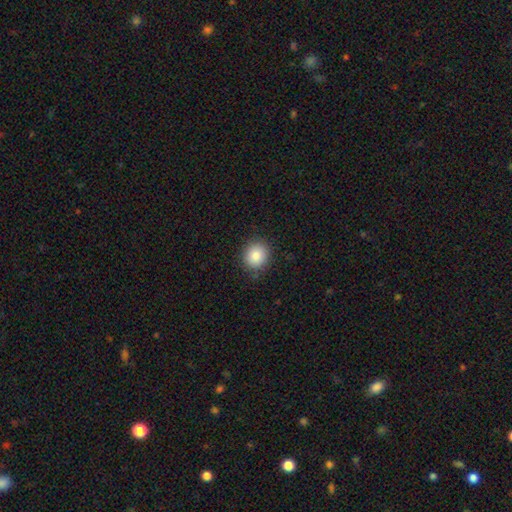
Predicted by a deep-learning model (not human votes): Smooth or featured? smooth (86%)
How rounded? round (83%)
Merging? none (86%)